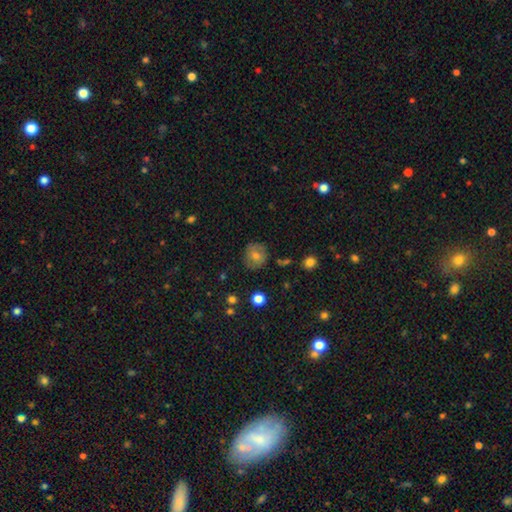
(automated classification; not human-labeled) Overall: smooth (59%; featured or disk 27%). How rounded: round (84%). Merging: none (81%).